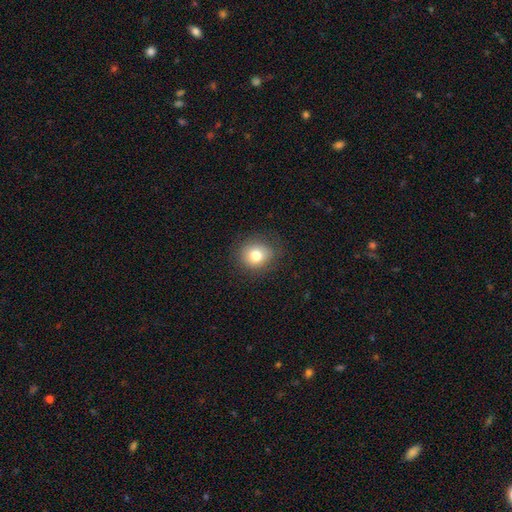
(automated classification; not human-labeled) This is likely a smooth galaxy (78%). How rounded: clearly round (81%). Merging: clearly none (84%).